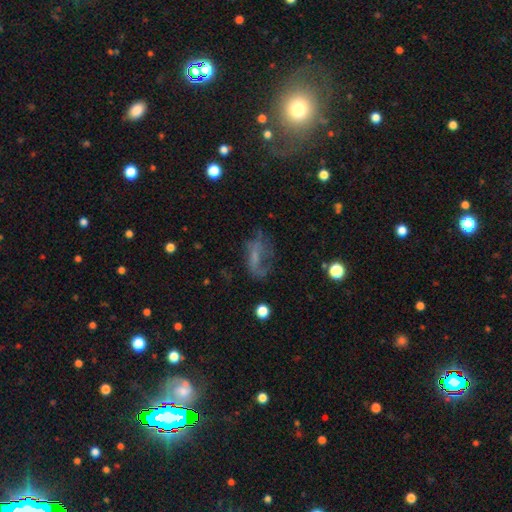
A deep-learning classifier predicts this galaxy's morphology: This appears to be a featured or disk galaxy (46%). Merging: none (42%).